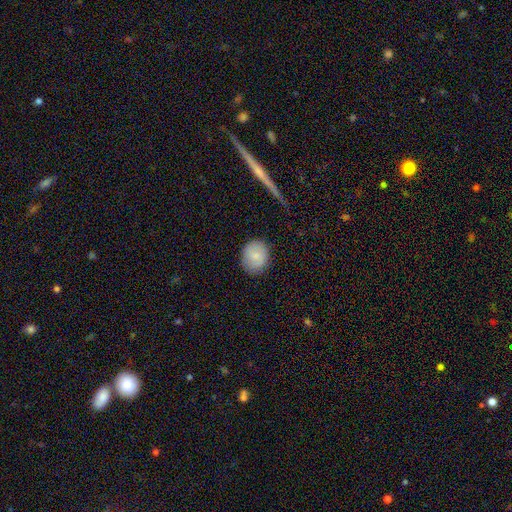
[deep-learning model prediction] This is clearly a smooth galaxy (80%). How rounded: likely round (68%). Merging: clearly none (85%).